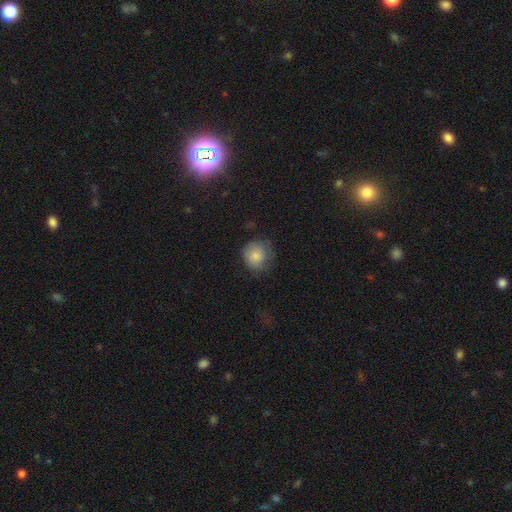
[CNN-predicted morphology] Q: Smooth or featured?
A: smooth (83%); runner-up: star or artifact (9%)
Q: How rounded?
A: round (85%); runner-up: in between (14%)
Q: Merging?
A: none (63%); runner-up: minor disturbance (26%)